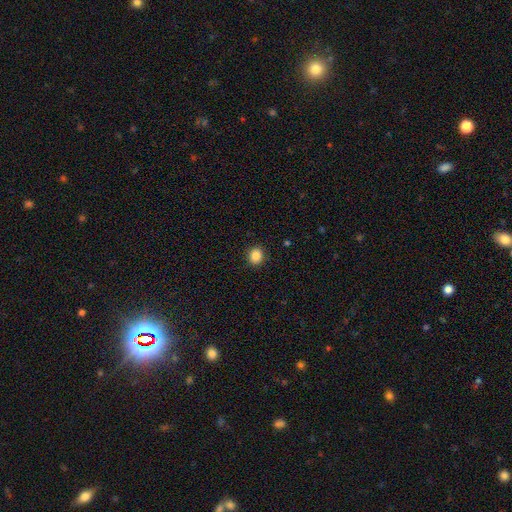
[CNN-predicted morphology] Overall: smooth (86%). How rounded: round (74%). Merging: none (91%).